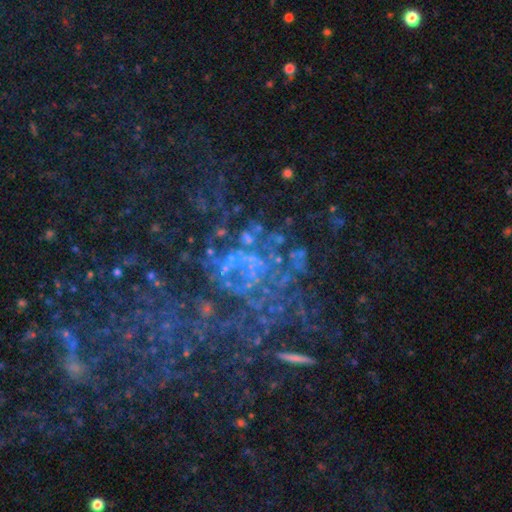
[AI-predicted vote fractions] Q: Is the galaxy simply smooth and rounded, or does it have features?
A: featured or disk — 52%.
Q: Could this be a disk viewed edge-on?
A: no — 97%.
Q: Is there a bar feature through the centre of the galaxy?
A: no — 81%.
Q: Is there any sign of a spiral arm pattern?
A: no — 57%.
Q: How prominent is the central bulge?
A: none — 59%.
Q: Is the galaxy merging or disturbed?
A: none — 48%.